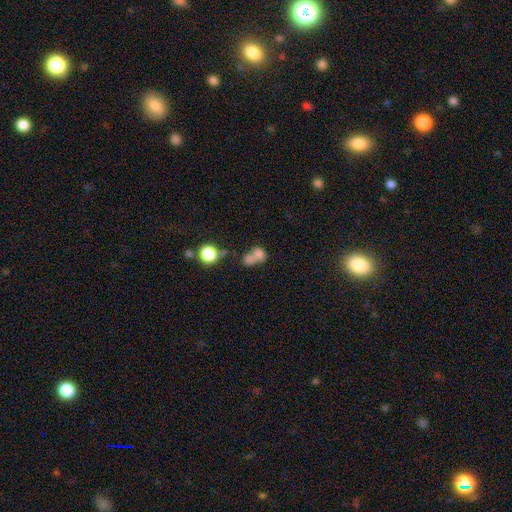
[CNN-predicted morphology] A smooth galaxy with no disk features (71%) that is in between round and cigar-shaped (50%).

Vote fractions:
- Smooth or featured? smooth: 71% / featured or disk: 16% / star or artifact: 13%
- How rounded? in between: 50% / round: 48% / cigar-shaped: 2%
- Merging? merger: 61% / none: 22% / minor disturbance: 8% / major disturbance: 8%